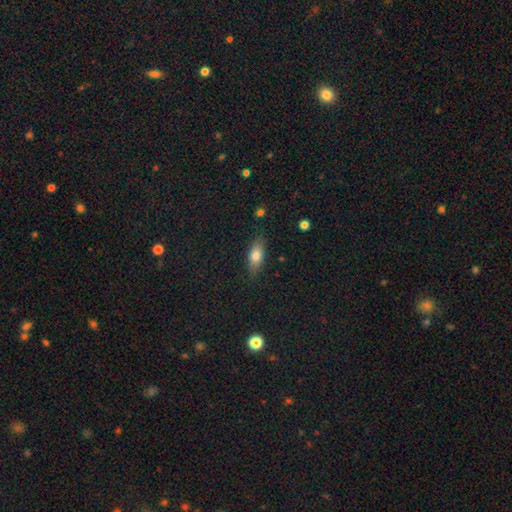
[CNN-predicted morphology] Q: Smooth or featured?
A: smooth (75%); runner-up: featured or disk (16%)
Q: How rounded?
A: in between (79%); runner-up: cigar-shaped (16%)
Q: Merging?
A: none (82%); runner-up: minor disturbance (14%)